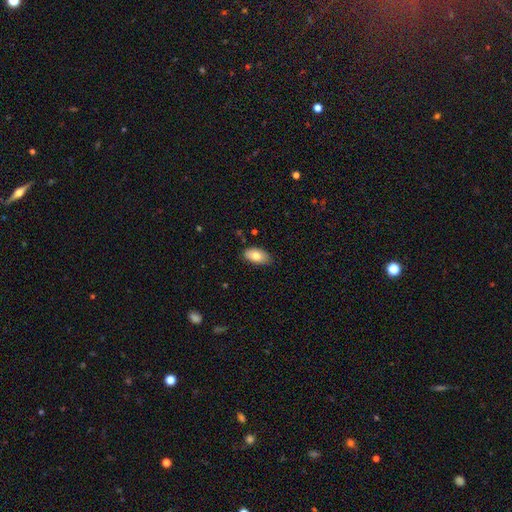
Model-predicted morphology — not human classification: Smooth or featured? Predicted: smooth (p=0.77). How rounded? Predicted: in between (p=0.93). Merging? Predicted: none (p=0.80).